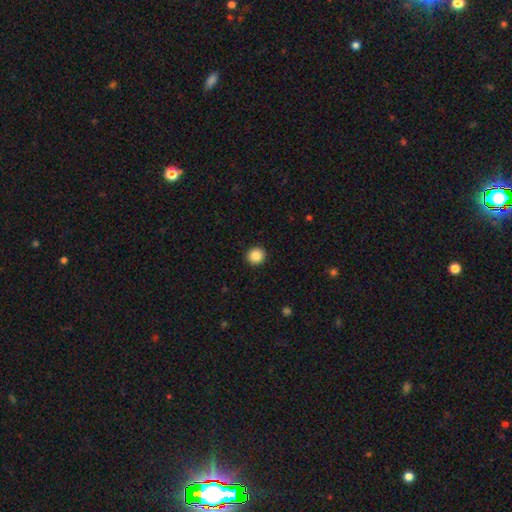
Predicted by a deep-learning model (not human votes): Smooth or featured? smooth (87%)
How rounded? round (94%)
Merging? none (93%)